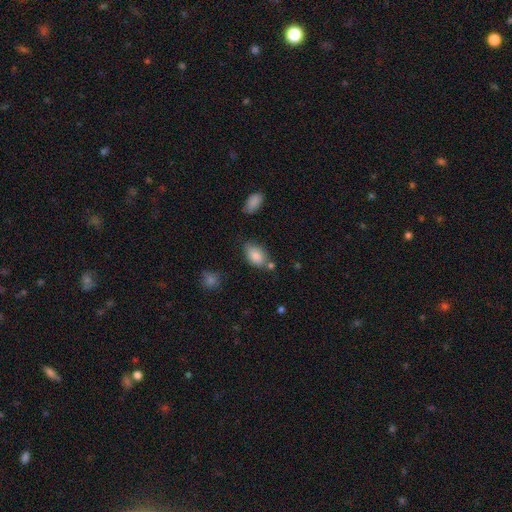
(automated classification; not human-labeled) The model was most divided on "merging": none: 62%, minor disturbance: 22%, merger: 10%, major disturbance: 5%. More confident: how rounded — in between (90%); smooth or featured — smooth (85%).